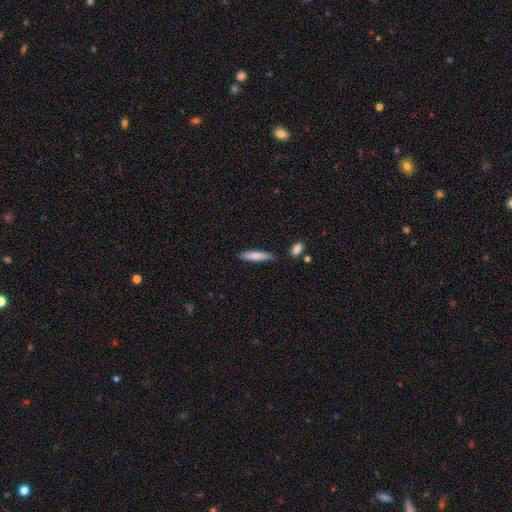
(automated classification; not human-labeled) smooth 82%, featured or disk 12%, star or artifact 6%. Down the decision tree: how rounded — cigar-shaped (83%); merging — none (83%).